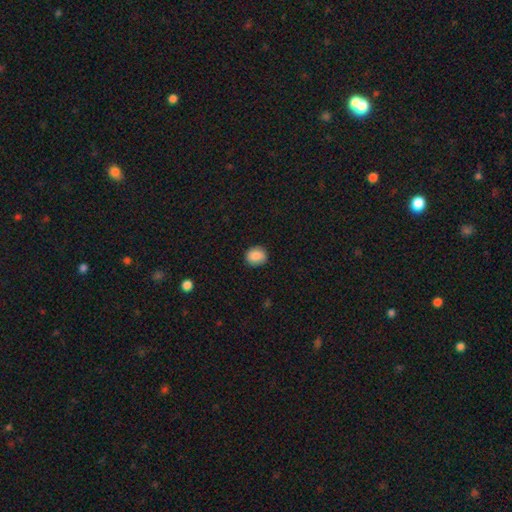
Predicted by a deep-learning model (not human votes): Smooth or featured? Predicted: smooth (p=0.87). How rounded? Predicted: round (p=0.69). Merging? Predicted: none (p=0.85).